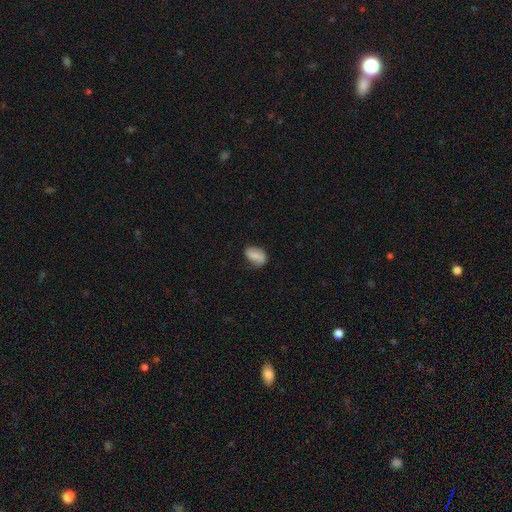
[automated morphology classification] Q: Smooth or featured?
A: smooth (70%); runner-up: featured or disk (23%)
Q: How rounded?
A: in between (82%); runner-up: round (17%)
Q: Merging?
A: none (62%); runner-up: minor disturbance (28%)